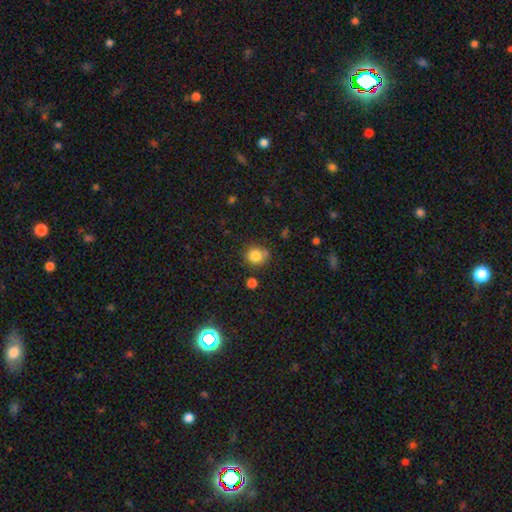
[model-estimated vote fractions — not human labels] A smooth galaxy with no disk features (83%) that is round (86%). Merging: none (73%).